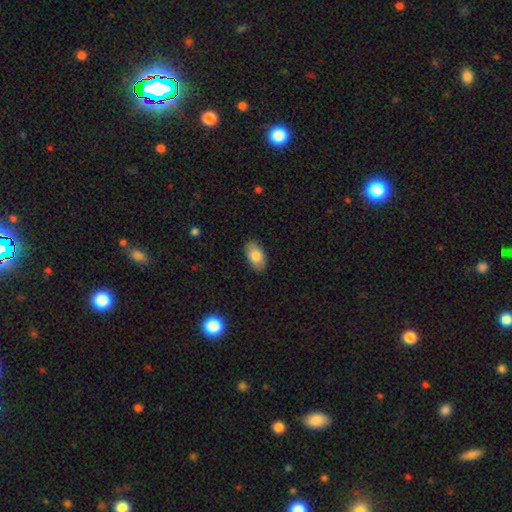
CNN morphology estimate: This is clearly a smooth galaxy (81%). How rounded: clearly in between (93%). Merging: clearly none (87%).